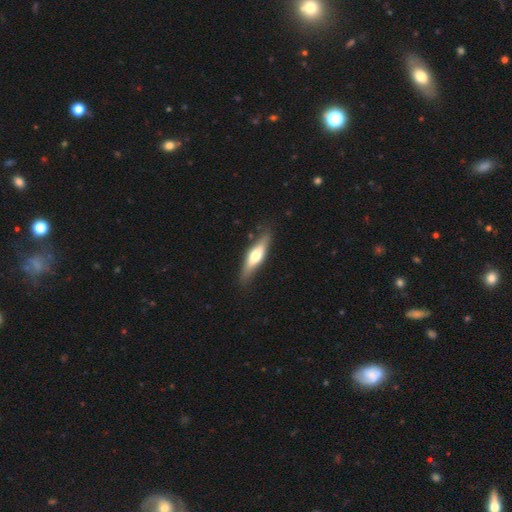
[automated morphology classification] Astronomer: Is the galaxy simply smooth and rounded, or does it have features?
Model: featured or disk — 48% (runner-up: smooth, 47%).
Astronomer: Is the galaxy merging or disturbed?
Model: none — 82%.